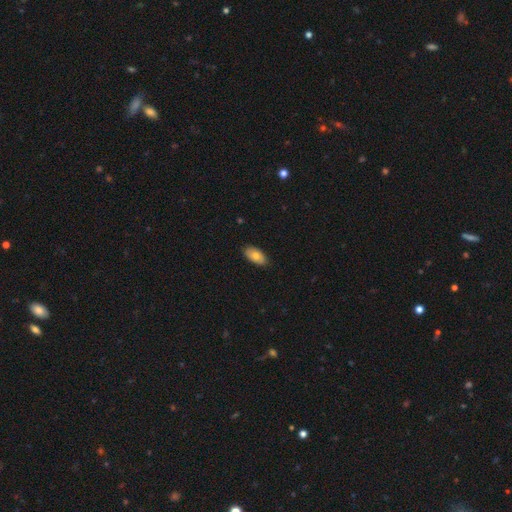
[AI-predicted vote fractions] Smooth or featured? Predicted: smooth (p=0.73). How rounded? Predicted: in between (p=0.94). Merging? Predicted: none (p=0.84).